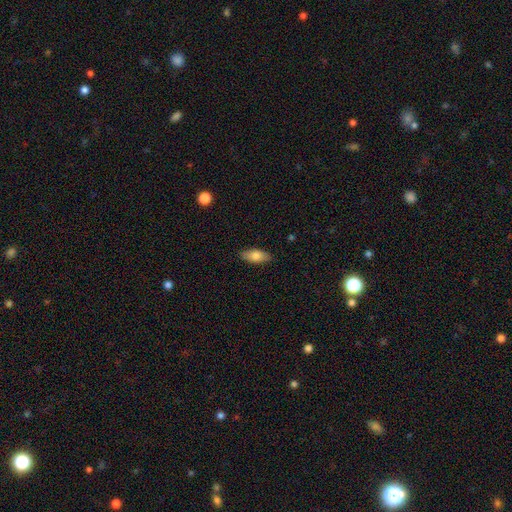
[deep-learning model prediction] Smooth or featured?
  - smooth: 78% *
  - featured or disk: 15%
  - star or artifact: 7%
How rounded?
  - in between: 84% *
  - cigar-shaped: 14%
  - round: 3%
Merging?
  - none: 88% *
  - minor disturbance: 9%
  - major disturbance: 2%
  - merger: 1%